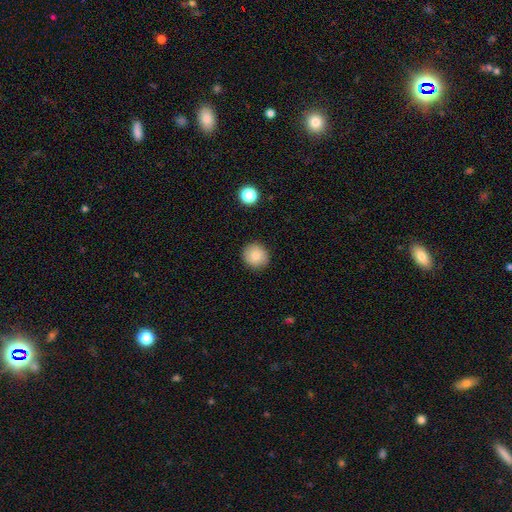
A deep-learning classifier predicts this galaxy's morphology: type=smooth (82%); roundness=round (88%); merging=none (89%).